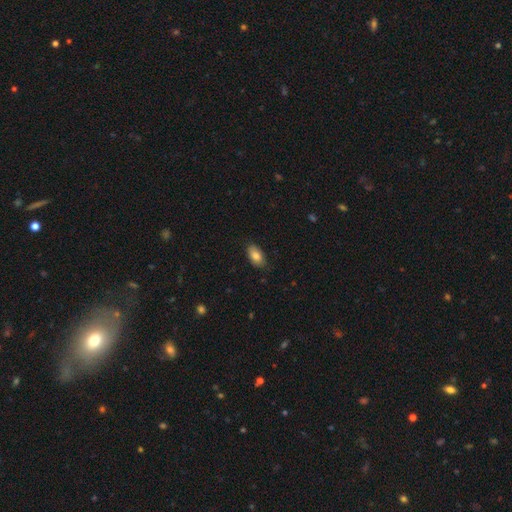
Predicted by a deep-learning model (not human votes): The model was most divided on "merging": none: 83%, minor disturbance: 14%, major disturbance: 2%, merger: 1%. More confident: how rounded — in between (92%); smooth or featured — smooth (83%).